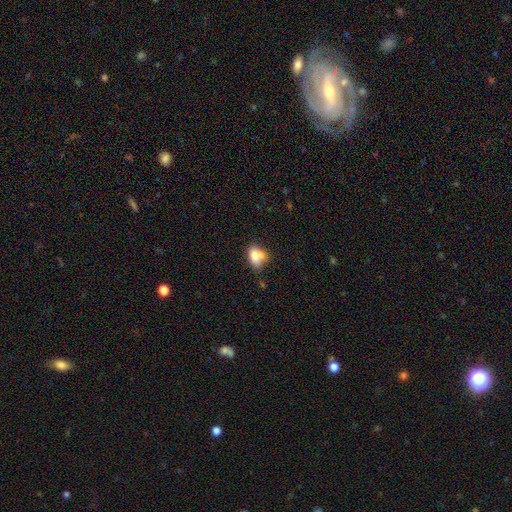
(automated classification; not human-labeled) A smooth galaxy with no disk features (74%) that is in between round and cigar-shaped (71%). Merging: none (35%).